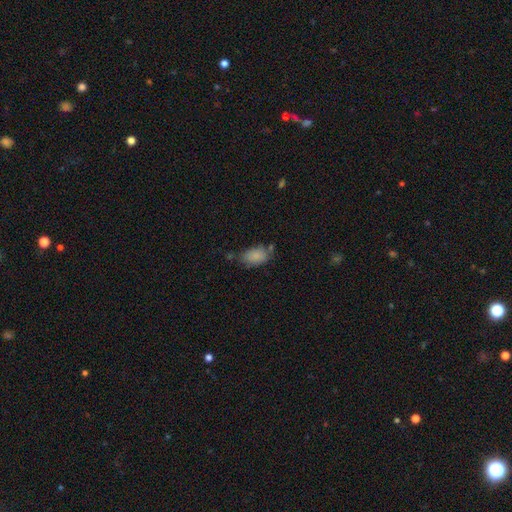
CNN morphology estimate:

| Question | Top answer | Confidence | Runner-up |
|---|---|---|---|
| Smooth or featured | smooth | 85% | star or artifact (8%) |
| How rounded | in between | 91% | round (7%) |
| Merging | none | 60% | minor disturbance (25%) |